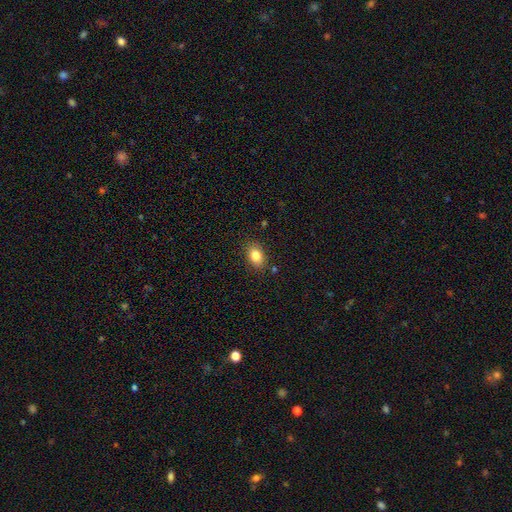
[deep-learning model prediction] The model was most divided on "how rounded": in between: 78%, round: 21%, cigar-shaped: 1%. More confident: merging — none (84%); smooth or featured — smooth (83%).